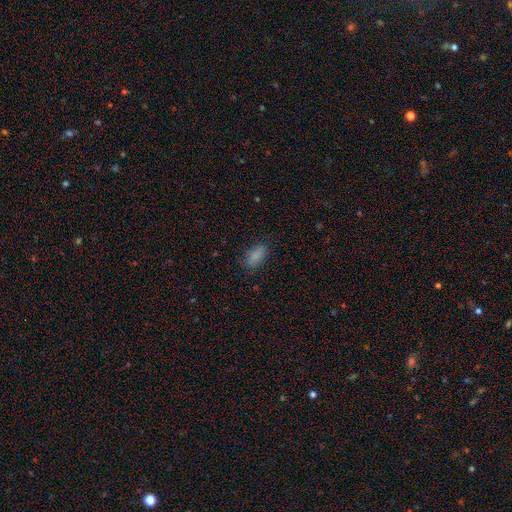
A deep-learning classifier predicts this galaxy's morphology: smooth_or_featured: smooth (p=0.84) [alt: star or artifact p=0.10]
how_rounded: in between (p=0.88) [alt: cigar-shaped p=0.07]
merging: none (p=0.78) [alt: minor disturbance p=0.16]